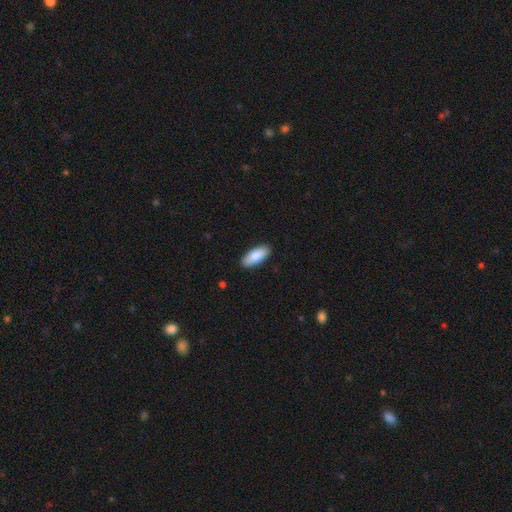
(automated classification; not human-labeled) This is clearly a smooth galaxy (87%). How rounded: clearly in between (81%). Merging: clearly none (89%).